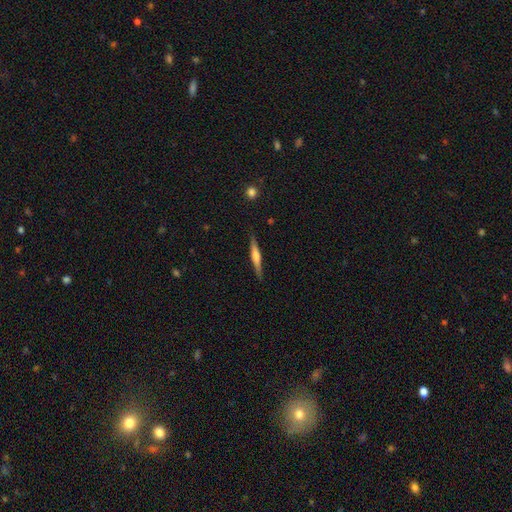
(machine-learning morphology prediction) This is possibly a featured or disk galaxy (52%). It is clearly viewed edge-on (97%). Edge-on bulge: likely rounded (64%). Merging: clearly none (87%).